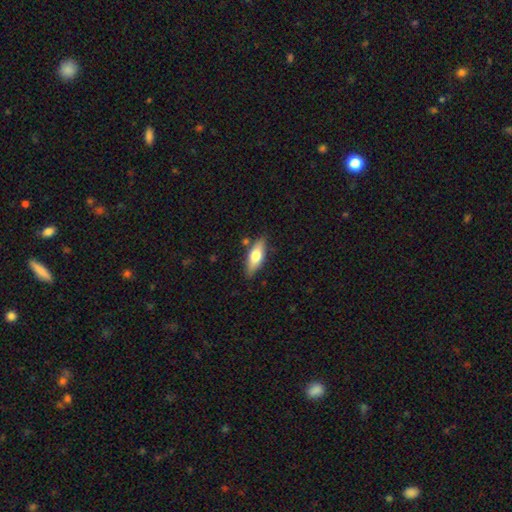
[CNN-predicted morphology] smooth-or-featured: smooth: 65% | featured or disk: 29% | star or artifact: 6%
  how-rounded: in between: 70% | cigar-shaped: 28% | round: 3%
  merging: none: 81% | minor disturbance: 13% | merger: 3% | major disturbance: 3%